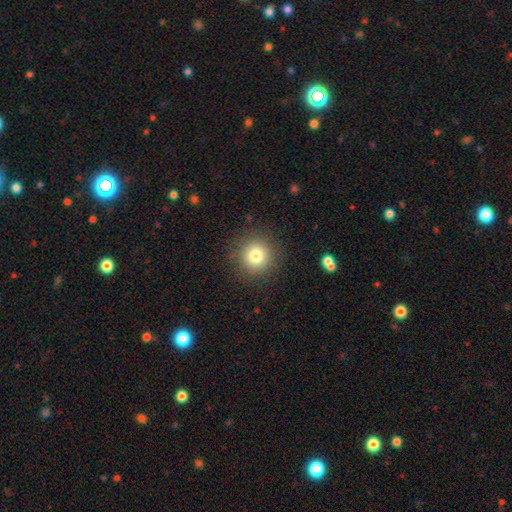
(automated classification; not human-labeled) smooth-or-featured: smooth: 79% | star or artifact: 12% | featured or disk: 9%
  how-rounded: round: 95% | in between: 4% | cigar-shaped: 1%
  merging: none: 89% | minor disturbance: 7% | major disturbance: 3% | merger: 1%